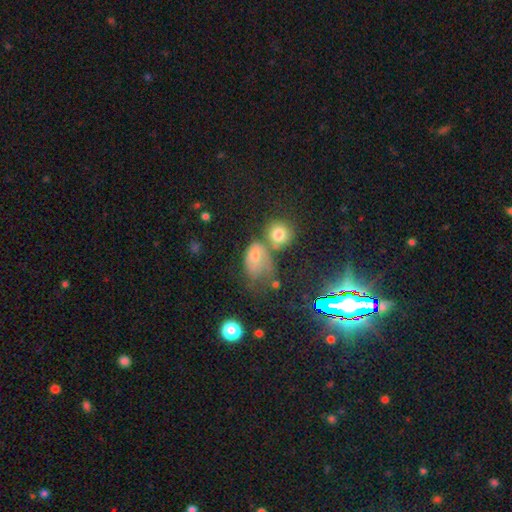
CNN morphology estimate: smooth-or-featured: smooth: 47% | star or artifact: 33% | featured or disk: 20%
  merging: none: 35% | merger: 33% | minor disturbance: 18% | major disturbance: 14%